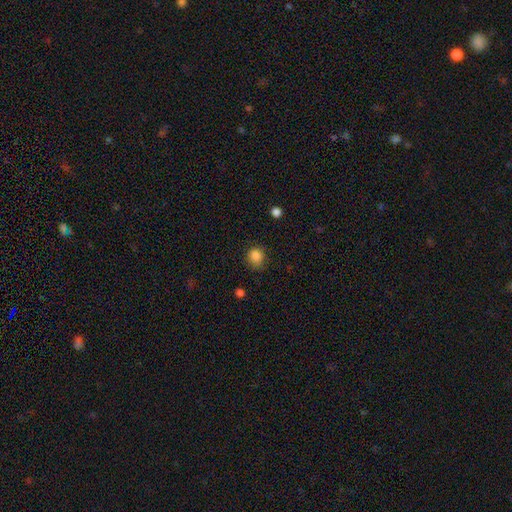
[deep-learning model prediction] smooth 86%, star or artifact 11%, featured or disk 4%. Down the decision tree: how rounded — round (75%); merging — none (77%).